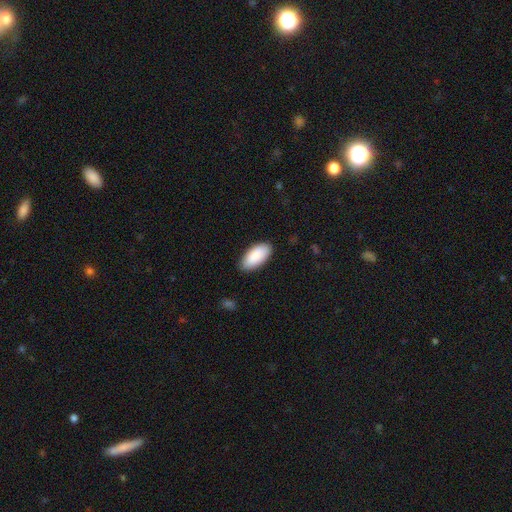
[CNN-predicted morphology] A smooth galaxy with no disk features (90%) that is in between round and cigar-shaped (94%).

Vote fractions:
- Smooth or featured? smooth: 90% / star or artifact: 6% / featured or disk: 5%
- How rounded? in between: 94% / cigar-shaped: 4% / round: 2%
- Merging? none: 86% / minor disturbance: 11% / major disturbance: 2% / merger: 1%